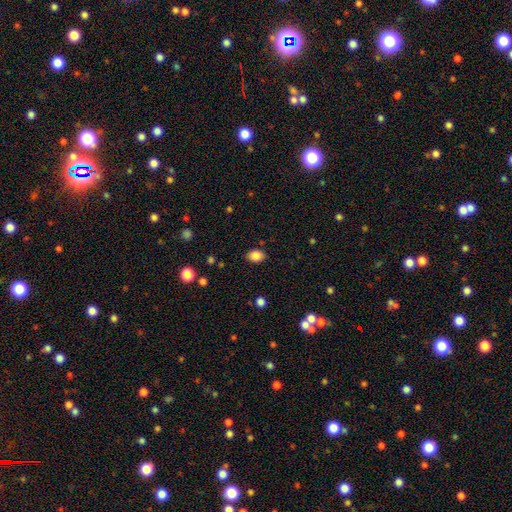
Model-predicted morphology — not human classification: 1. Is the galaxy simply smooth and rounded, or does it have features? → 86% smooth, 9% star or artifact, 5% featured or disk.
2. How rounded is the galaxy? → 74% in between, 25% round, 1% cigar-shaped.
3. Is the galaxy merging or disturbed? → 87% none, 9% minor disturbance, 2% major disturbance, 1% merger.